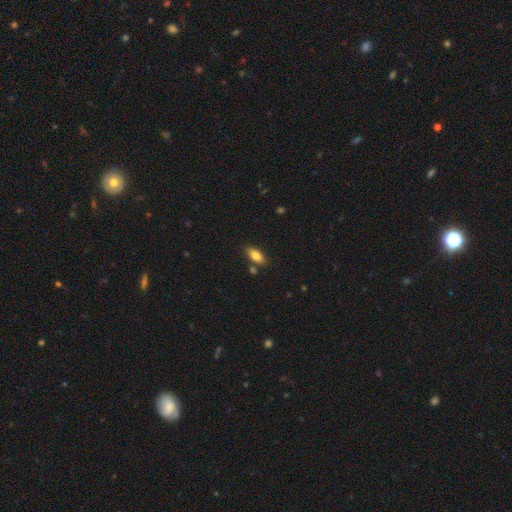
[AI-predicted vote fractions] A smooth galaxy with no disk features (82%) that is in between round and cigar-shaped (88%).

Vote fractions:
- Smooth or featured? smooth: 82% / featured or disk: 10% / star or artifact: 8%
- How rounded? in between: 88% / cigar-shaped: 9% / round: 3%
- Merging? none: 81% / minor disturbance: 11% / merger: 6% / major disturbance: 2%